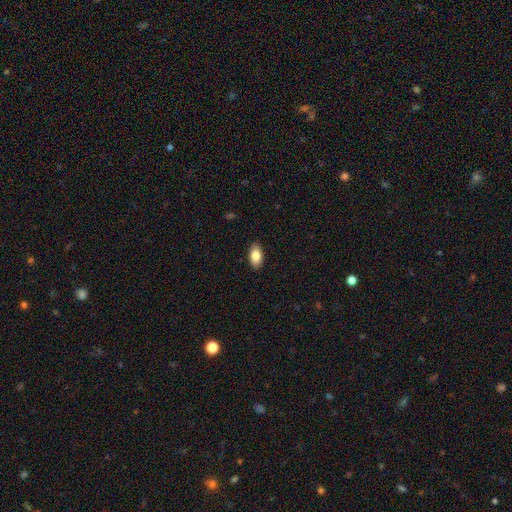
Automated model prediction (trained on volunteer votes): Smooth or featured? Predicted: smooth (p=0.83). How rounded? Predicted: in between (p=0.93). Merging? Predicted: none (p=0.90).